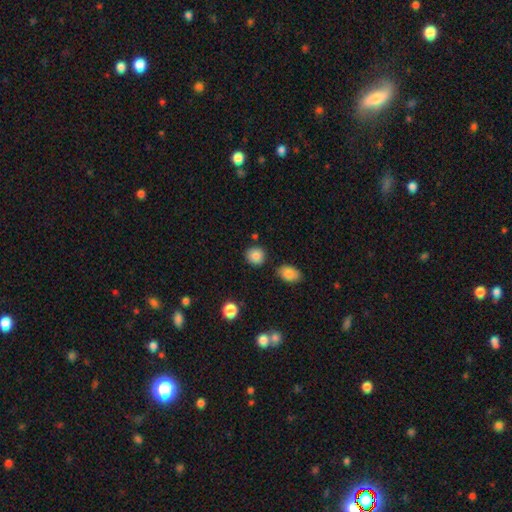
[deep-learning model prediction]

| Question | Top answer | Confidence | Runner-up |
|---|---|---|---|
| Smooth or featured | smooth | 84% | star or artifact (9%) |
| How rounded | round | 84% | in between (15%) |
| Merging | none | 84% | minor disturbance (9%) |